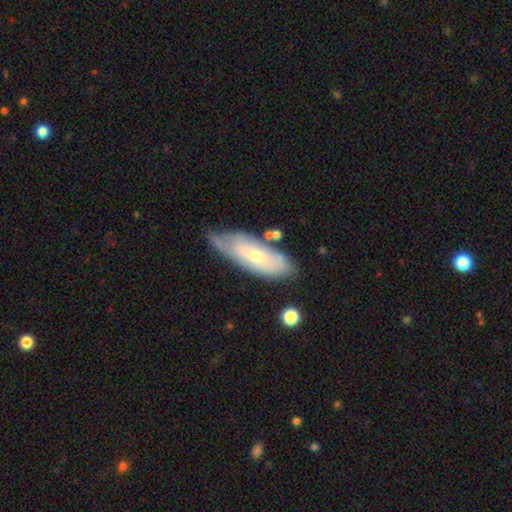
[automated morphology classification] Overall: smooth (50%; featured or disk 44%). Merging: none (57%; minor disturbance 30%).